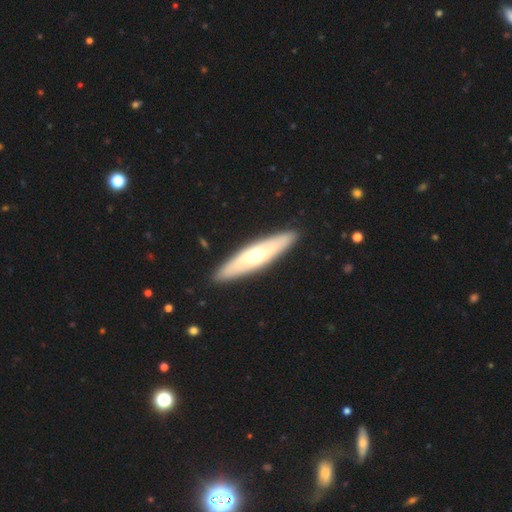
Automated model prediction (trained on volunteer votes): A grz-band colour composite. It shows a featured or disk galaxy (57%) viewed edge-on (66%). Merging: none (90%).